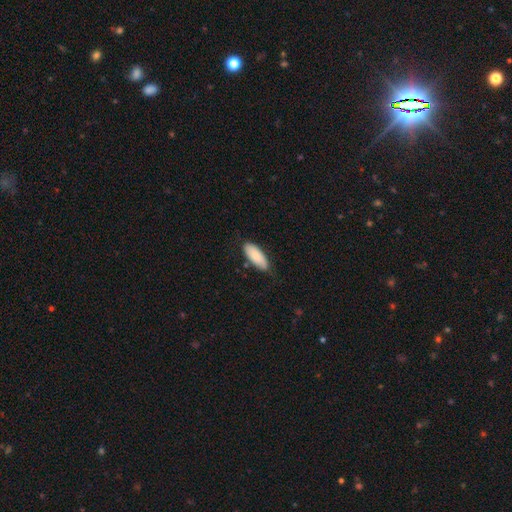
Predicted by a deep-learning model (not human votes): Smooth or featured: smooth — 84% (featured or disk — 10%)
How rounded: in between — 81% (cigar-shaped — 18%)
Merging: none — 78% (minor disturbance — 18%)